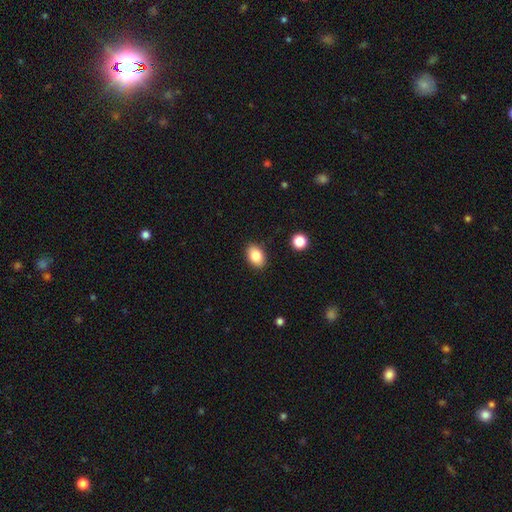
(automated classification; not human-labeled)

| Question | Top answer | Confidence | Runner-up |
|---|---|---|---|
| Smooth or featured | smooth | 84% | star or artifact (8%) |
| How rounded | in between | 86% | round (13%) |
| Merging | none | 88% | minor disturbance (8%) |